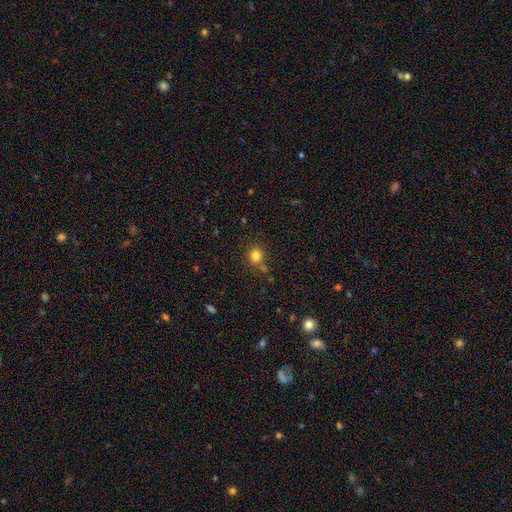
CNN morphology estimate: Overall: smooth (81%). How rounded: round (84%). Merging: none (75%).